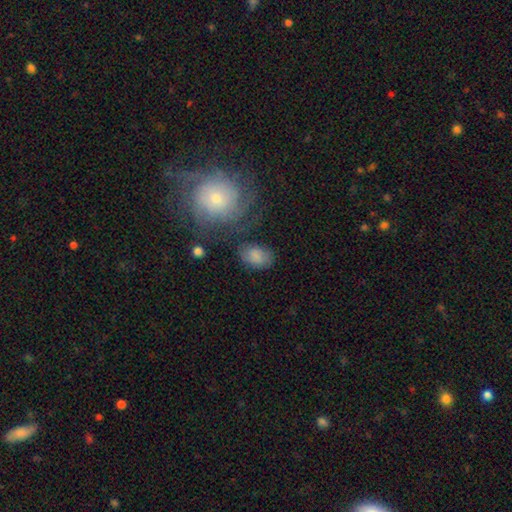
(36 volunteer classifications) Q: Smooth or featured?
A: smooth (83%); runner-up: featured or disk (11%)
Q: How rounded?
A: in between (73%); runner-up: round (27%)
Q: Merging?
A: none (59%); runner-up: minor disturbance (24%)